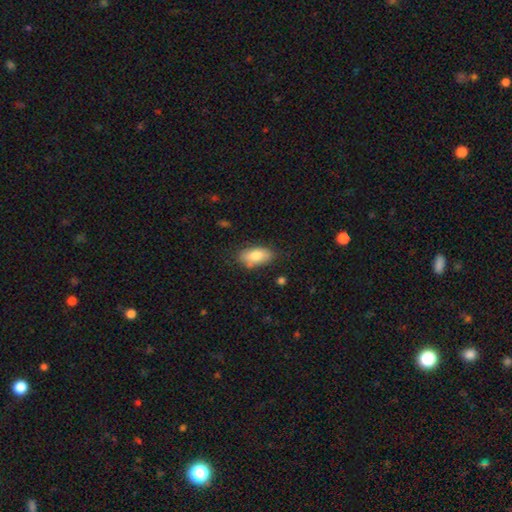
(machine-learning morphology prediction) A smooth galaxy with no disk features (80%) that is in between round and cigar-shaped (91%). Merging: none (75%).